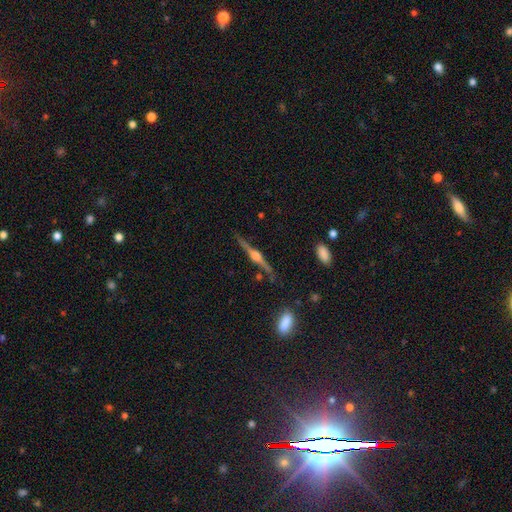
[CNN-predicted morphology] Overall: featured or disk (85%). Edge-on disk: yes (98%). Edge-on bulge: rounded (90%). Merging: none (83%).